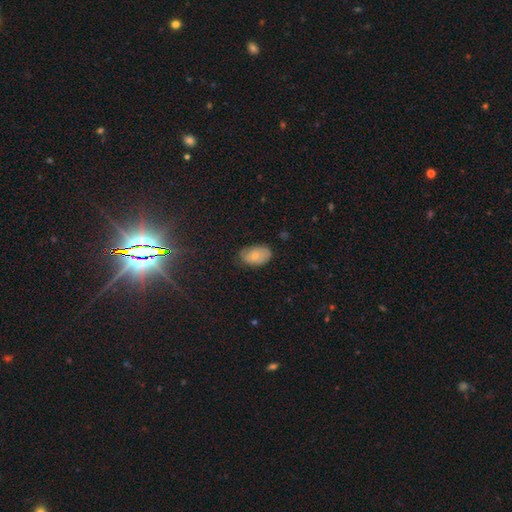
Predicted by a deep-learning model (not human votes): Smooth or featured?
  - smooth: 69% *
  - featured or disk: 23%
  - star or artifact: 8%
How rounded?
  - in between: 90% *
  - round: 9%
  - cigar-shaped: 1%
Merging?
  - none: 71% *
  - minor disturbance: 24%
  - major disturbance: 5%
  - merger: 1%